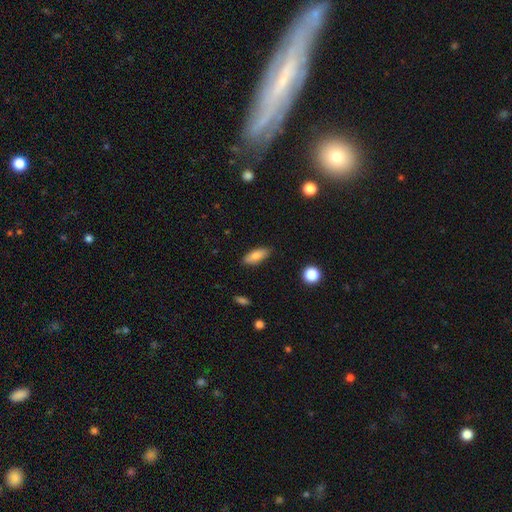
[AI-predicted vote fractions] Smooth or featured?
  - smooth: 81% *
  - featured or disk: 12%
  - star or artifact: 7%
How rounded?
  - in between: 75% *
  - cigar-shaped: 23%
  - round: 3%
Merging?
  - none: 85% *
  - minor disturbance: 11%
  - major disturbance: 2%
  - merger: 1%